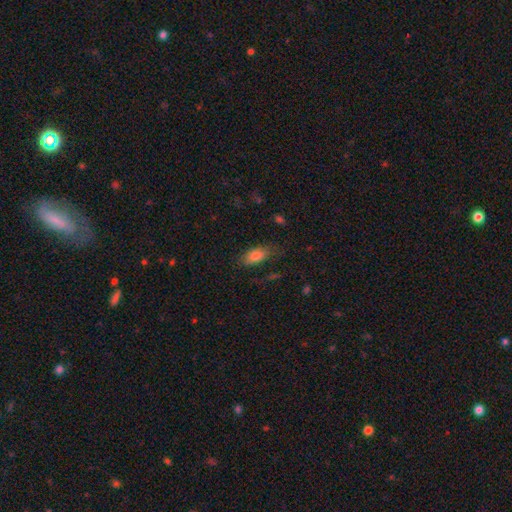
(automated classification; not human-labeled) Smooth or featured? smooth (80%)
How rounded? in between (87%)
Merging? none (73%)